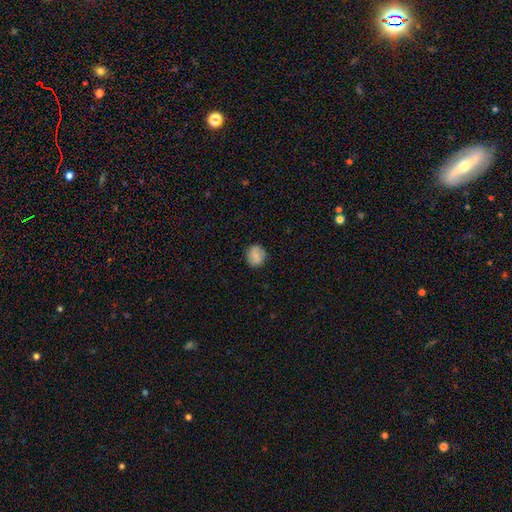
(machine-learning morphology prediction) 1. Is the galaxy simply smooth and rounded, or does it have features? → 70% smooth, 21% featured or disk, 9% star or artifact.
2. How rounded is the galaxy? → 81% round, 18% in between, 1% cigar-shaped.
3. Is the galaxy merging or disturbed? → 84% none, 12% minor disturbance, 3% major disturbance, 1% merger.